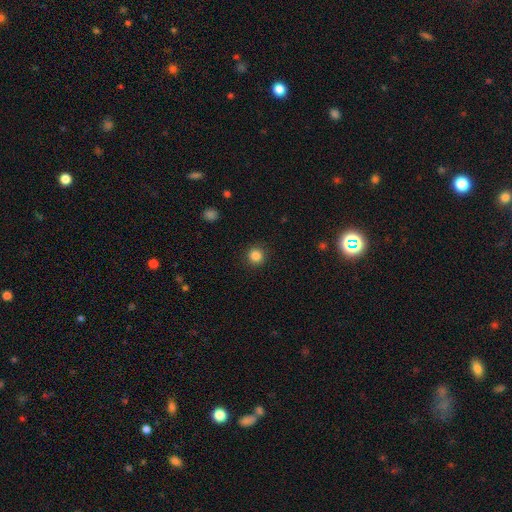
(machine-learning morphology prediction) A smooth galaxy with no disk features (86%) that is round (94%). Merging: none (91%).